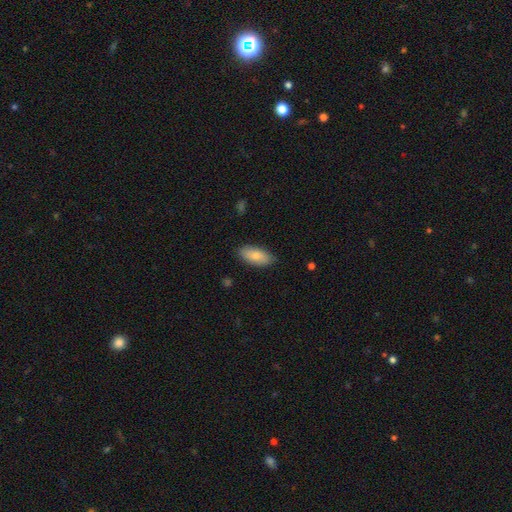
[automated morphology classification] Smooth or featured: smooth — 79% (featured or disk — 15%)
How rounded: in between — 89% (cigar-shaped — 9%)
Merging: none — 84% (minor disturbance — 13%)